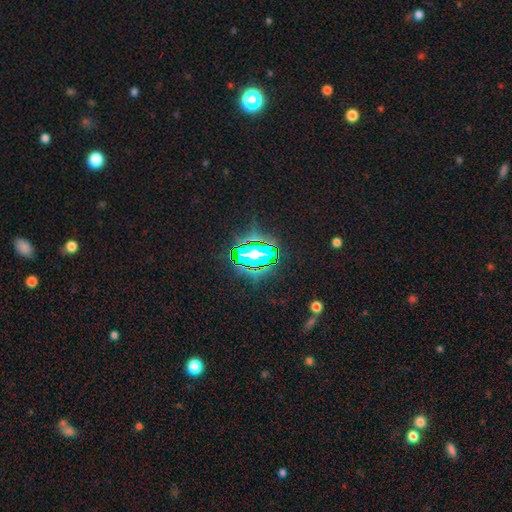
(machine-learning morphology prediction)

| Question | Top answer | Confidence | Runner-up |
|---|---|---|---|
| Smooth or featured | star or artifact | 77% | smooth (13%) |